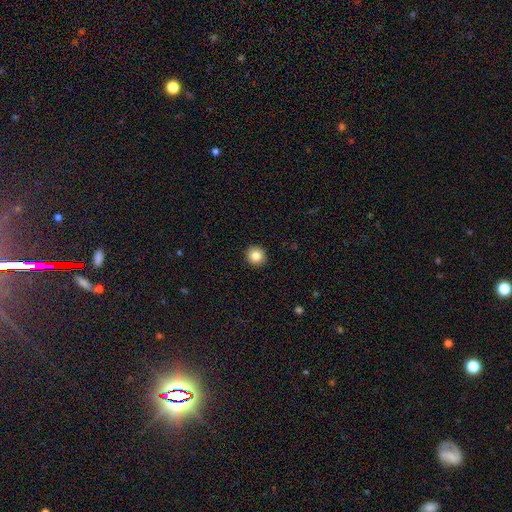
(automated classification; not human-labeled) Smooth or featured? Predicted: smooth (p=0.84). How rounded? Predicted: round (p=0.93). Merging? Predicted: none (p=0.93).